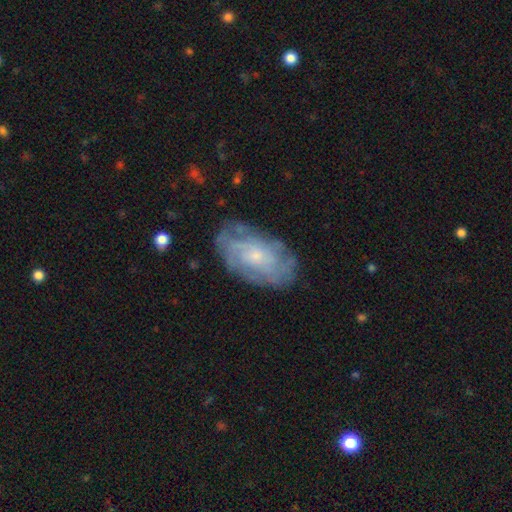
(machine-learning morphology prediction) Smooth or featured: featured or disk — 67% (smooth — 26%)
Edge-on disk: no — 95% (yes — 5%)
Bar: no — 79% (weak — 18%)
Spiral arms: yes — 73% (no — 27%)
Bulge size: small — 67% (moderate — 26%)
Merging: none — 72% (minor disturbance — 19%)